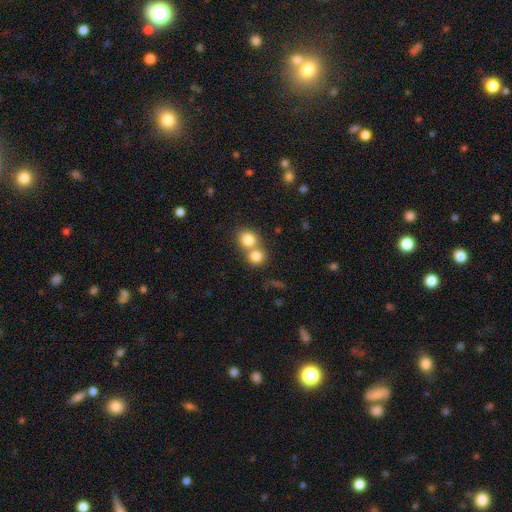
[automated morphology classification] A smooth galaxy with no disk features (80%) that is round (84%). Merging: merger (55%).